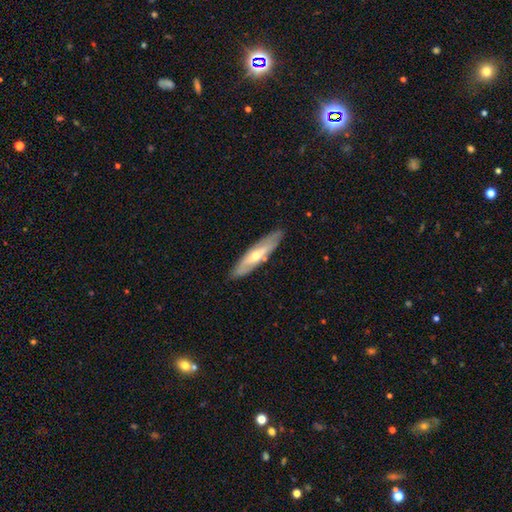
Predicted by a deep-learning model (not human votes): A featured or disk galaxy (61%) viewed edge-on (53%). Merging: none (84%).